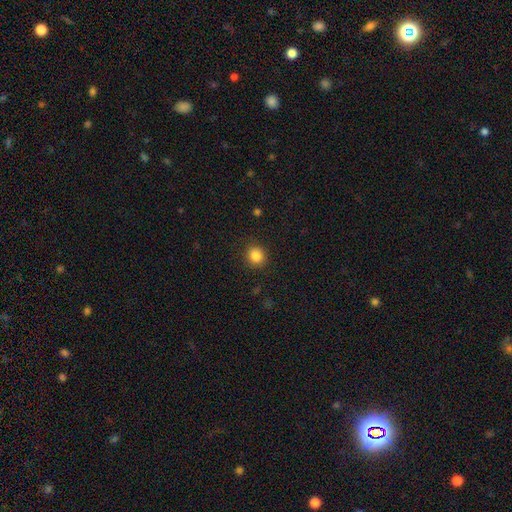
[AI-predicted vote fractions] A smooth galaxy with no disk features (85%) that is round (87%).

Vote fractions:
- Smooth or featured? smooth: 85% / star or artifact: 11% / featured or disk: 5%
- How rounded? round: 87% / in between: 12% / cigar-shaped: 1%
- Merging? none: 90% / minor disturbance: 7% / major disturbance: 2% / merger: 1%